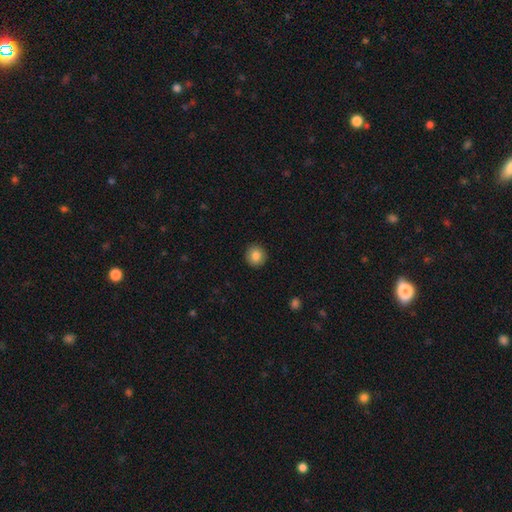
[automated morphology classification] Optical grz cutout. It shows a smooth galaxy with no disk features (84%) that is round (92%). Merging: none (92%).